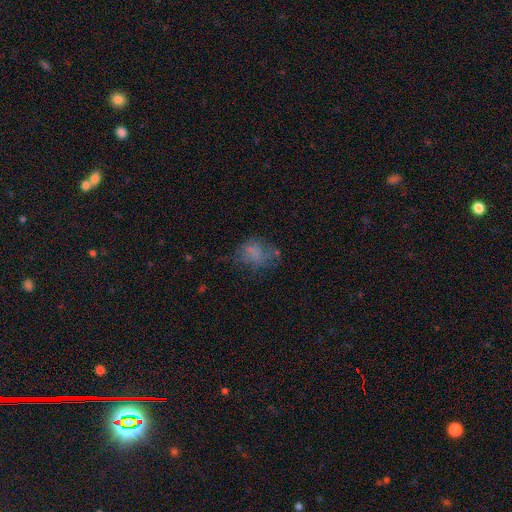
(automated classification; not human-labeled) A smooth galaxy with no disk features (60%) that is in between round and cigar-shaped (63%).

Vote fractions:
- Smooth or featured? smooth: 60% / featured or disk: 25% / star or artifact: 15%
- How rounded? in between: 63% / round: 35% / cigar-shaped: 1%
- Merging? none: 44% / major disturbance: 27% / minor disturbance: 26% / merger: 3%